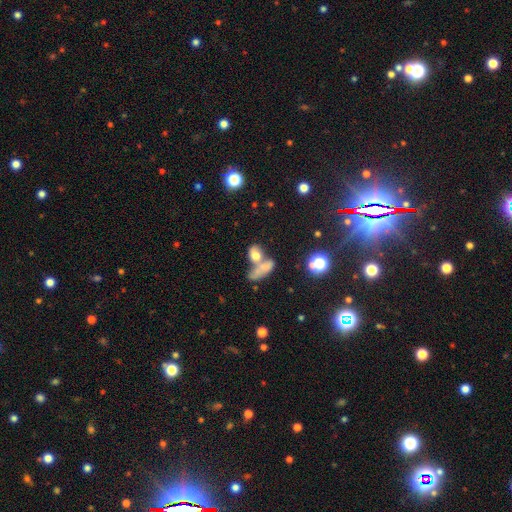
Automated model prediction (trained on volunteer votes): A smooth galaxy with no disk features (70%) that is in between round and cigar-shaped (64%). Merging: merger (50%).